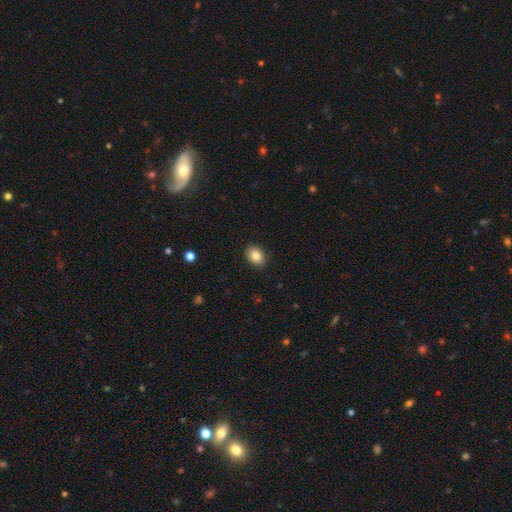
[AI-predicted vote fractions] This is clearly a smooth galaxy (87%). How rounded: likely in between (69%). Merging: clearly none (88%).